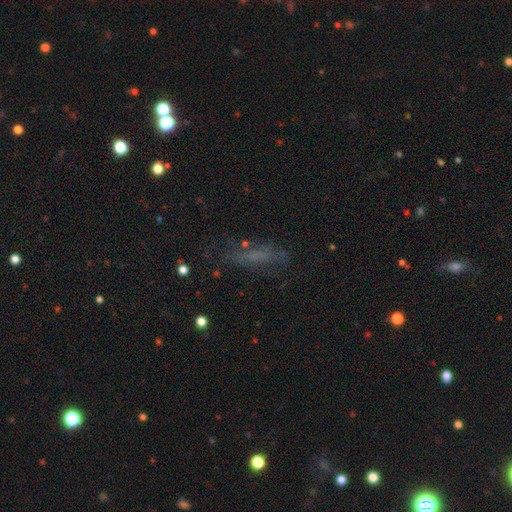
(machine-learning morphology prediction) Smooth or featured? Predicted: smooth (p=0.48). Merging? Predicted: none (p=0.60).